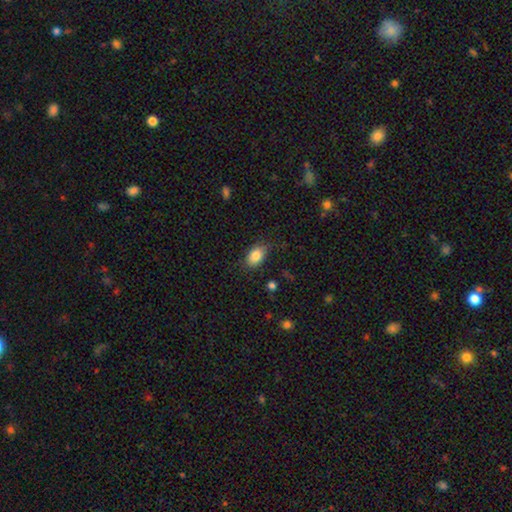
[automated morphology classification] This is clearly a smooth galaxy (85%). How rounded: clearly in between (88%). Merging: clearly none (80%).